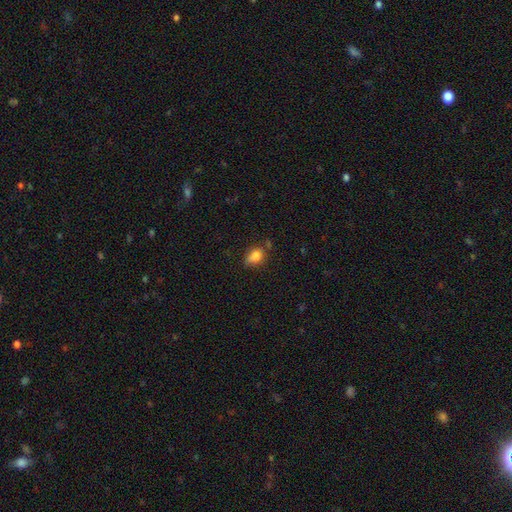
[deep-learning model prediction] This is clearly a smooth galaxy (82%). How rounded: likely in between (70%). Merging: possibly none (59%).